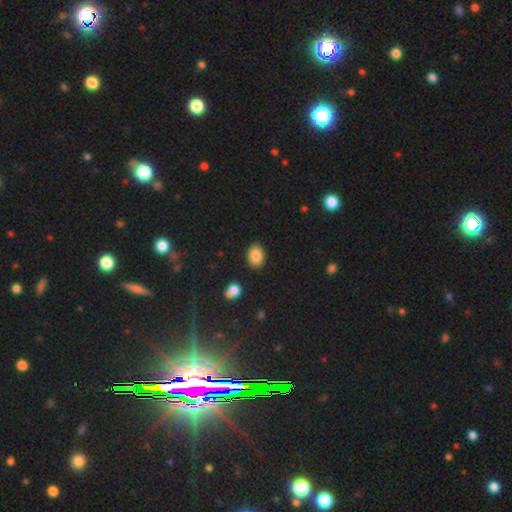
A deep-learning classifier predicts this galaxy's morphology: A smooth galaxy with no disk features (85%) that is in between round and cigar-shaped (73%). Merging: none (87%).